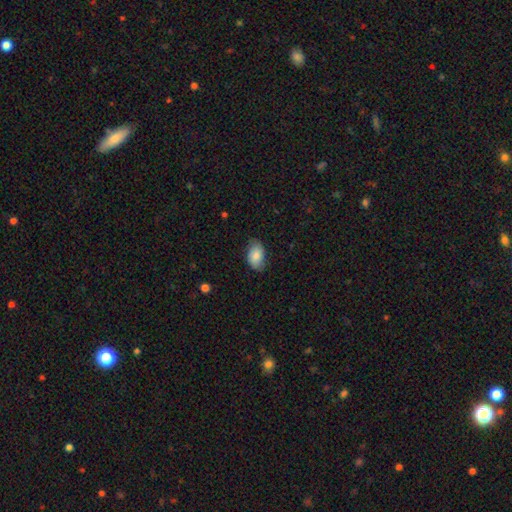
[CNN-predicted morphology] This appears to be a smooth galaxy with no disk features (83%) that is in between round and cigar-shaped (92%). Merging: none (75%).